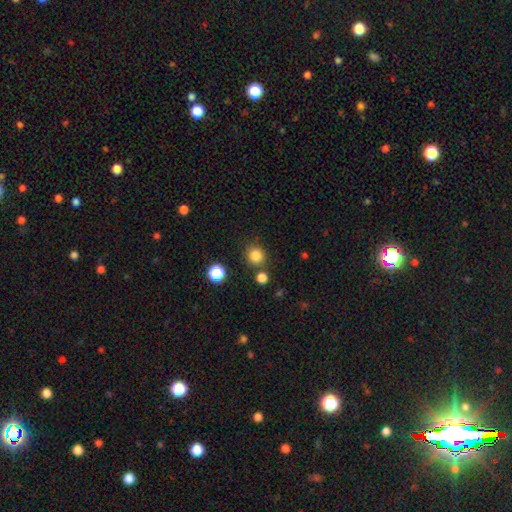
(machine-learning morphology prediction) Smooth or featured? smooth (83%)
How rounded? round (85%)
Merging? none (81%)